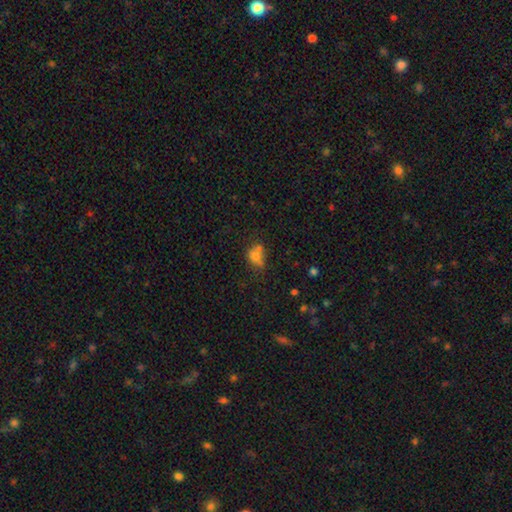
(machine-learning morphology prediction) This appears to be a smooth galaxy with no disk features (69%) that is in between round and cigar-shaped (56%). Merging: none (37%).